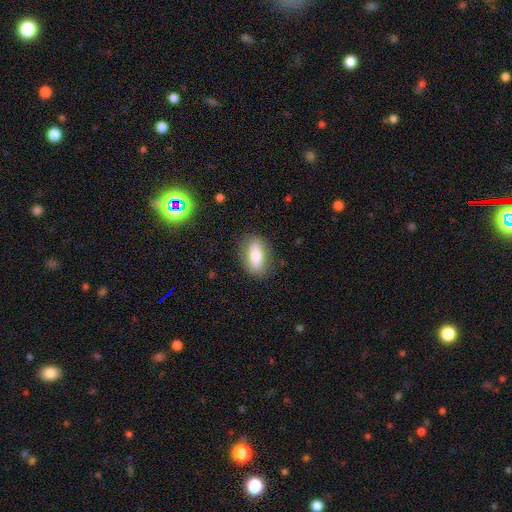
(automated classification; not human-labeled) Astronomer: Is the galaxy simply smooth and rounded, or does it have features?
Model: smooth — 66%.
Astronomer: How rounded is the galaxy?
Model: in between — 81%.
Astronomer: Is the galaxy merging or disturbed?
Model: none — 82%.